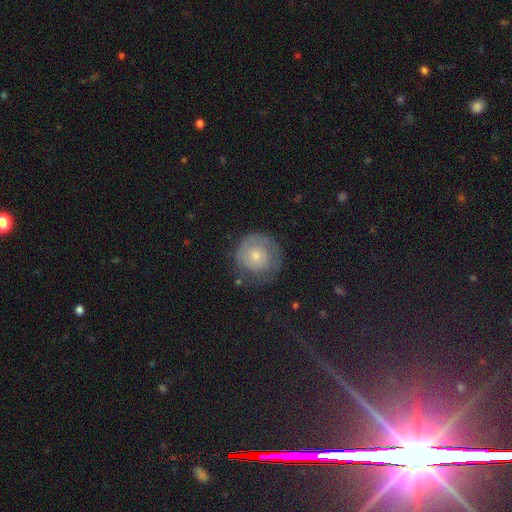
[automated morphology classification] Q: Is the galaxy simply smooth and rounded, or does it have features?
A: smooth — 53%.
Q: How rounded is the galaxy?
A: round — 91%.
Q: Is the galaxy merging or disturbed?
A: none — 63%.